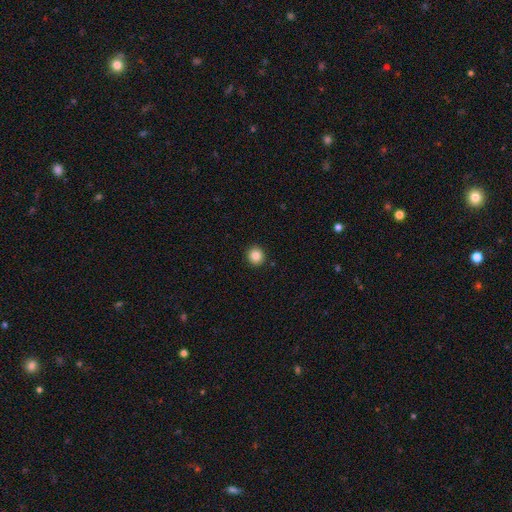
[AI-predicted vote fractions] smooth 85%, star or artifact 10%, featured or disk 5%. Down the decision tree: how rounded — round (93%); merging — none (93%).